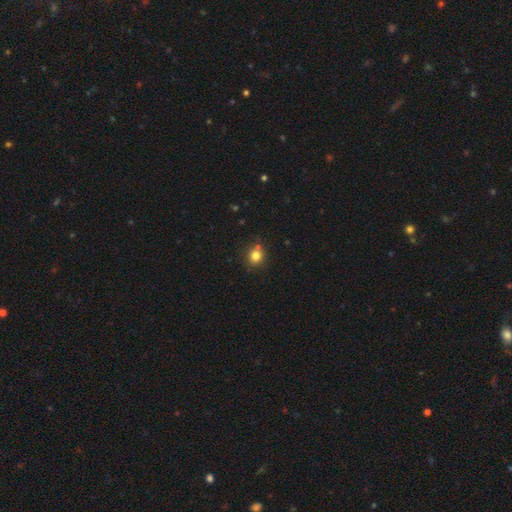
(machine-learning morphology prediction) Overall: smooth (80%). How rounded: round (80%). Merging: none (75%).